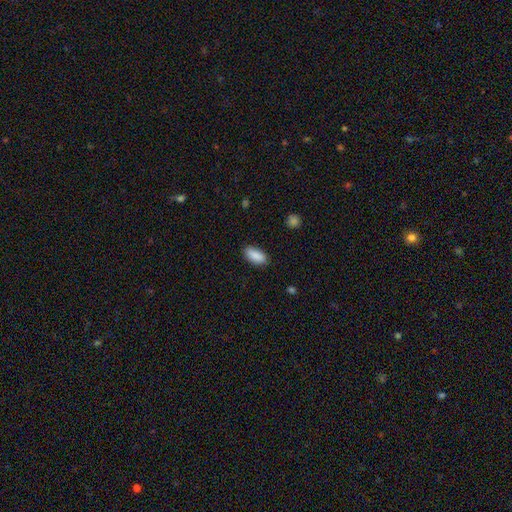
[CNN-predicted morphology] Smooth or featured: smooth — 89% (star or artifact — 7%)
How rounded: in between — 87% (cigar-shaped — 11%)
Merging: none — 86% (minor disturbance — 11%)